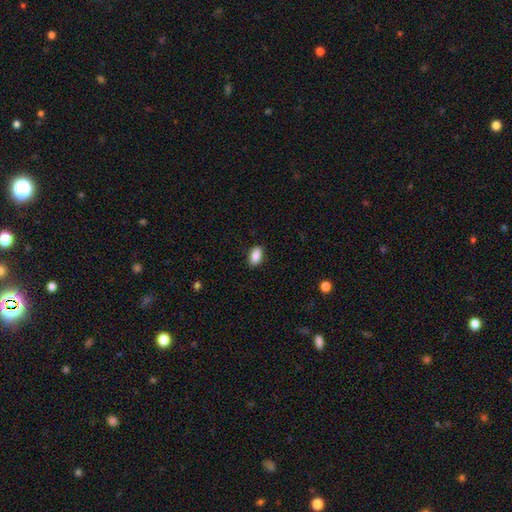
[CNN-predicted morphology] smooth_or_featured: smooth (p=0.88) [alt: star or artifact p=0.08]
how_rounded: in between (p=0.91) [alt: round p=0.05]
merging: none (p=0.87) [alt: minor disturbance p=0.09]